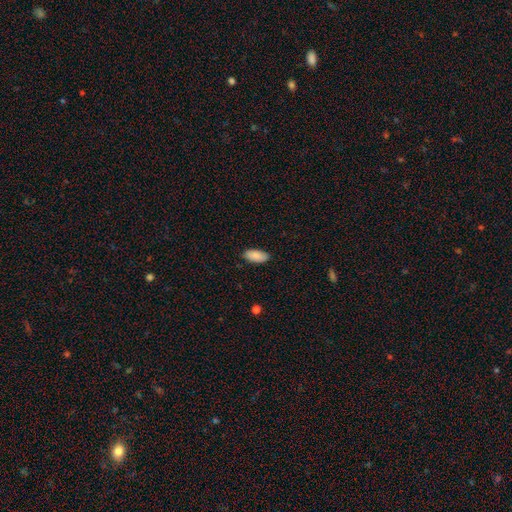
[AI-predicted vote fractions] smooth-or-featured: smooth: 89% | star or artifact: 6% | featured or disk: 5%
  how-rounded: in between: 91% | cigar-shaped: 7% | round: 2%
  merging: none: 87% | minor disturbance: 10% | major disturbance: 2% | merger: 1%